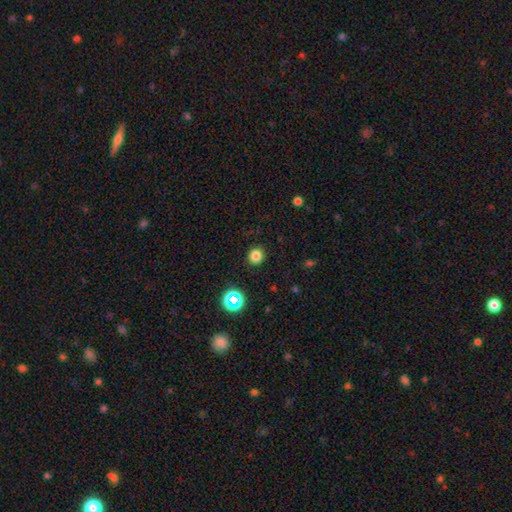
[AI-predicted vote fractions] smooth_or_featured: smooth (p=0.80) [alt: star or artifact p=0.15]
how_rounded: round (p=0.86) [alt: in between p=0.14]
merging: none (p=0.90) [alt: minor disturbance p=0.07]